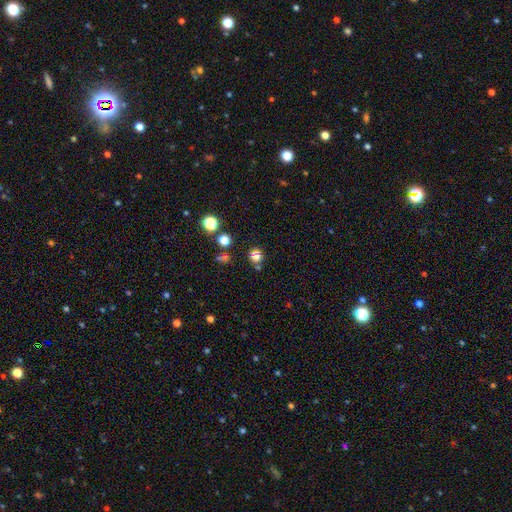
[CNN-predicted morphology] smooth-or-featured: smooth: 78% | star or artifact: 16% | featured or disk: 6%
  how-rounded: round: 88% | in between: 12% | cigar-shaped: 1%
  merging: none: 78% | minor disturbance: 10% | merger: 9% | major disturbance: 3%